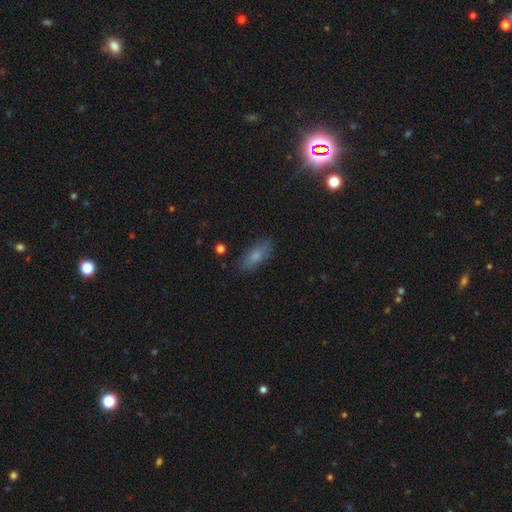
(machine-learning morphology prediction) type=smooth (77%); roundness=in between (76%); merging=none (83%).